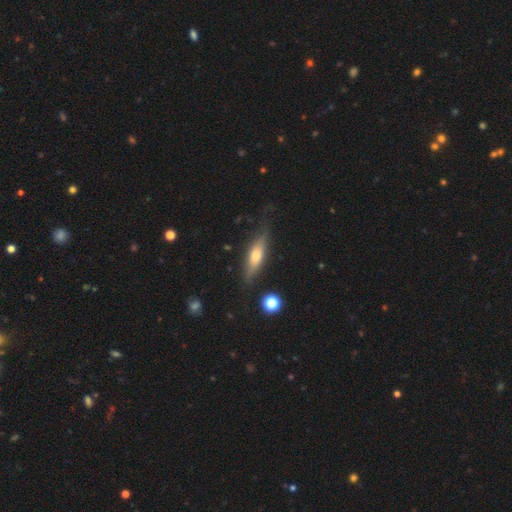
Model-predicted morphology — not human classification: A smooth galaxy with no disk features (47%).

Vote fractions:
- Smooth or featured? smooth: 47% / featured or disk: 46% / star or artifact: 7%
- Merging? none: 77% / minor disturbance: 17% / major disturbance: 4% / merger: 2%